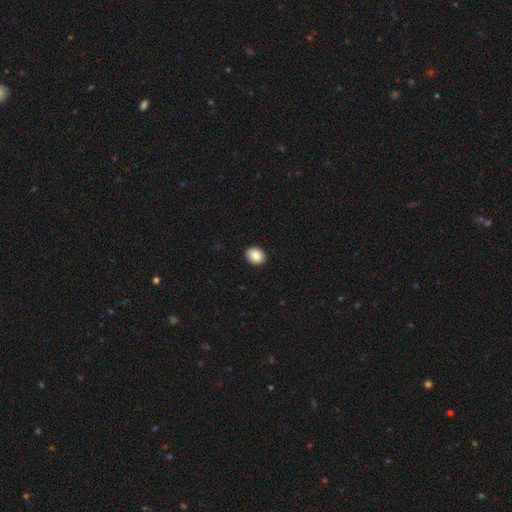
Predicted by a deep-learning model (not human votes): The model was most divided on "how rounded": in between: 56%, round: 43%, cigar-shaped: 1%. More confident: merging — none (92%); smooth or featured — smooth (86%).